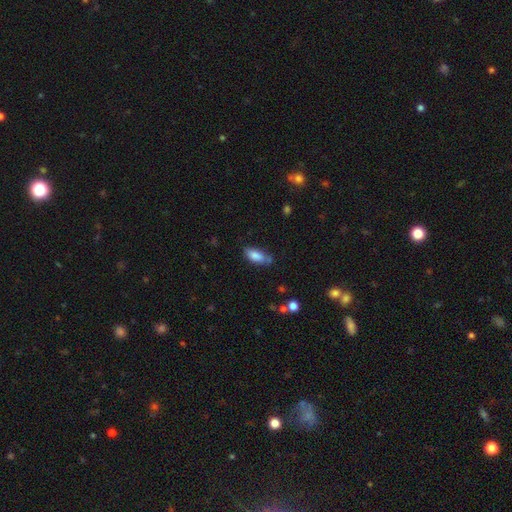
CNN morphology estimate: The model was most divided on "merging": none: 62%, minor disturbance: 24%, merger: 9%, major disturbance: 6%. More confident: smooth or featured — smooth (84%); how rounded — in between (84%).